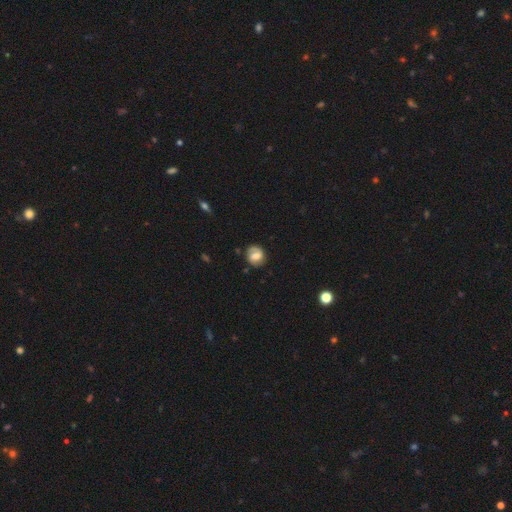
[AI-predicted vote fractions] Q: Smooth or featured?
A: featured or disk (59%); runner-up: smooth (33%)
Q: Edge-on disk?
A: no (97%); runner-up: yes (3%)
Q: Bar?
A: weak (49%); runner-up: no (30%)
Q: Spiral arms?
A: yes (88%); runner-up: no (12%)
Q: Spiral winding?
A: medium (43%); runner-up: tight (33%)
Q: Spiral arm count?
A: 2 (76%); runner-up: 1 (13%)
Q: Bulge size?
A: moderate (45%); runner-up: small (24%)
Q: Merging?
A: none (79%); runner-up: minor disturbance (15%)